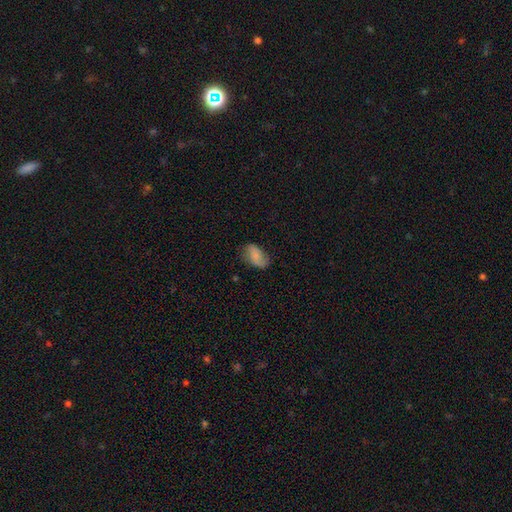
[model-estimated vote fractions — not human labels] Smooth or featured?
  - smooth: 72% *
  - featured or disk: 21%
  - star or artifact: 8%
How rounded?
  - in between: 93% *
  - round: 5%
  - cigar-shaped: 2%
Merging?
  - none: 62% *
  - minor disturbance: 28%
  - major disturbance: 8%
  - merger: 1%